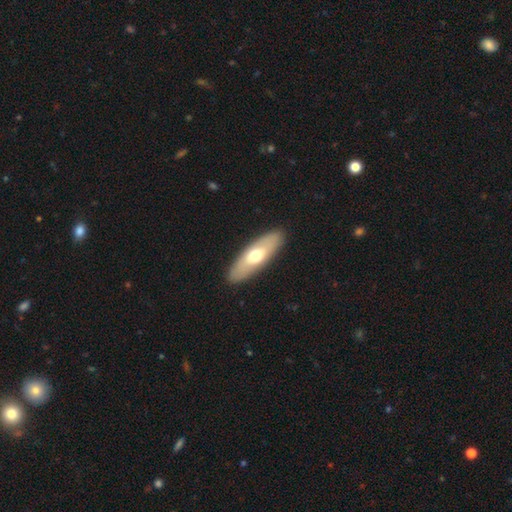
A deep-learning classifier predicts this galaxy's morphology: This appears to be a smooth galaxy with no disk features (56%) that is in between round and cigar-shaped (59%). Merging: none (89%).